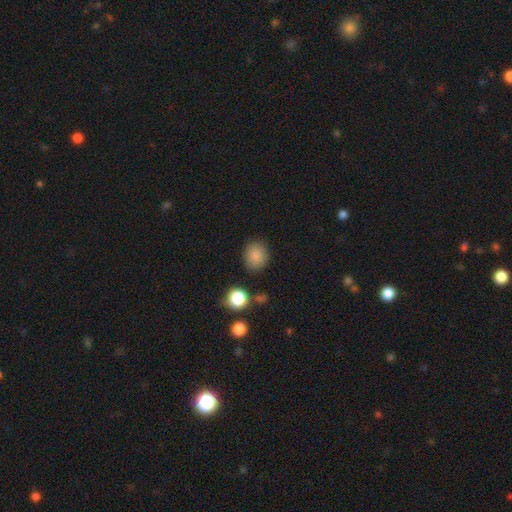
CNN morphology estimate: smooth_or_featured: smooth (p=0.85) [alt: star or artifact p=0.10]
how_rounded: round (p=0.62) [alt: in between p=0.37]
merging: none (p=0.84) [alt: minor disturbance p=0.10]